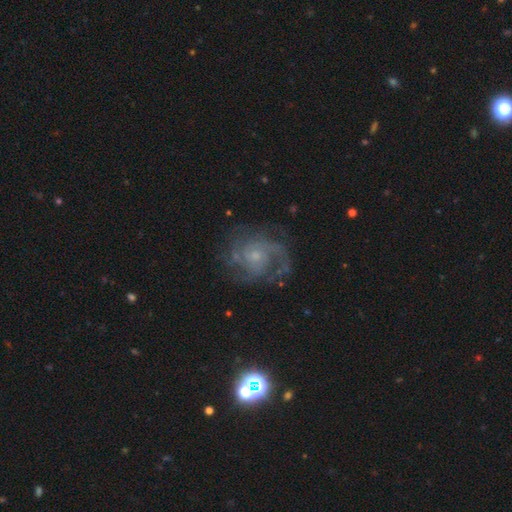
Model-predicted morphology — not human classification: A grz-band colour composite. It shows a featured or disk galaxy (82%) with no bar (74%), 2 (28%) medium (44%) spiral arms (94%) and a small central bulge (65%). Merging: none (67%).